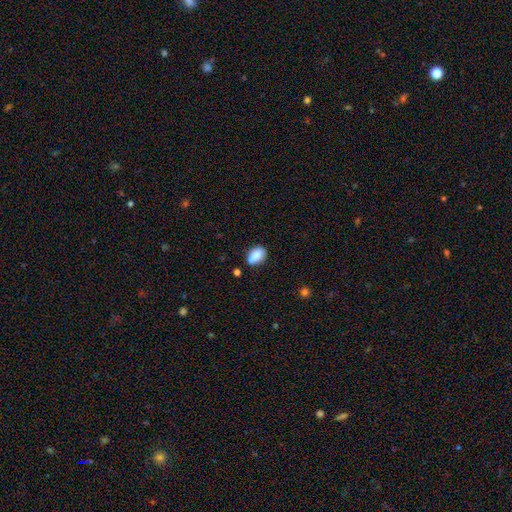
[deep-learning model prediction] smooth 86%, star or artifact 8%, featured or disk 6%. Down the decision tree: how rounded — in between (86%); merging — none (69%).